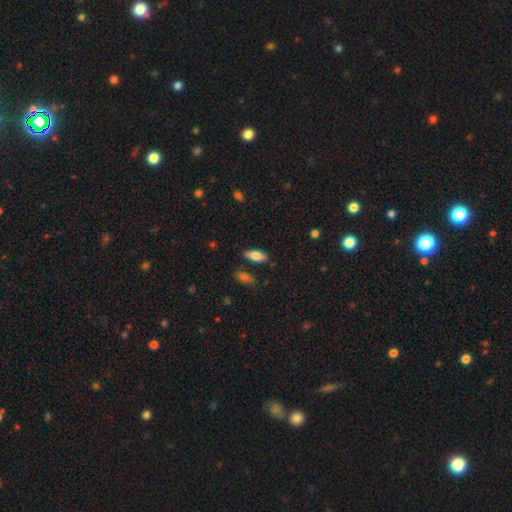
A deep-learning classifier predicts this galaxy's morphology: Q: Smooth or featured?
A: smooth (77%); runner-up: featured or disk (16%)
Q: How rounded?
A: in between (82%); runner-up: cigar-shaped (15%)
Q: Merging?
A: none (80%); runner-up: minor disturbance (13%)